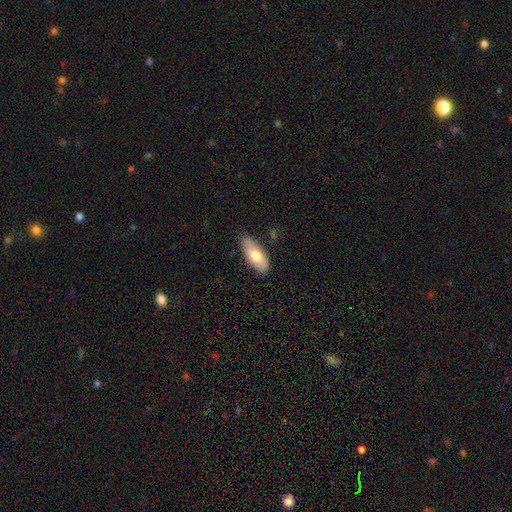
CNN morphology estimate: Q: Smooth or featured?
A: smooth (71%); runner-up: featured or disk (23%)
Q: How rounded?
A: in between (86%); runner-up: cigar-shaped (12%)
Q: Merging?
A: none (77%); runner-up: minor disturbance (18%)